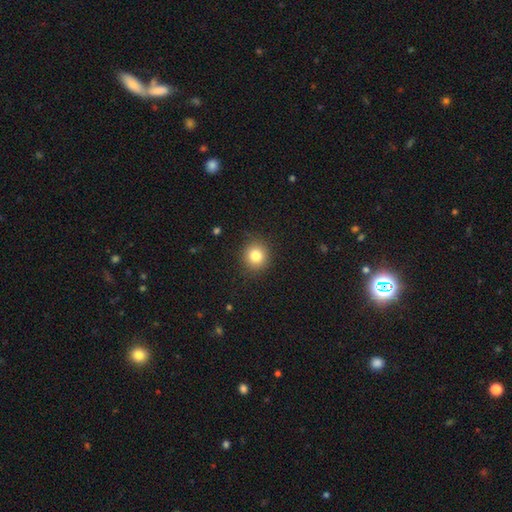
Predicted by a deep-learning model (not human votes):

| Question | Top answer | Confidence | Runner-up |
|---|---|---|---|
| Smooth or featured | smooth | 82% | star or artifact (11%) |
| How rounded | round | 89% | in between (11%) |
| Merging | none | 89% | minor disturbance (8%) |